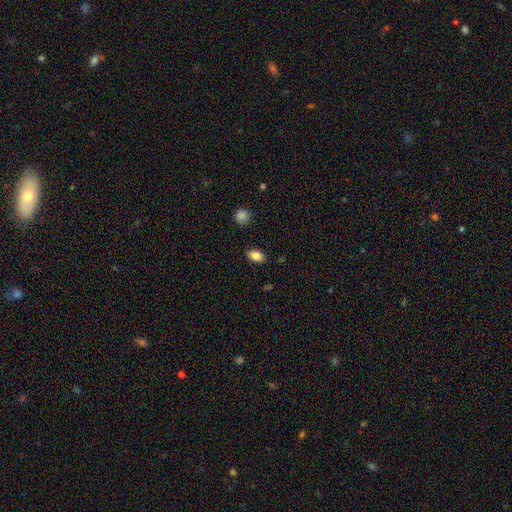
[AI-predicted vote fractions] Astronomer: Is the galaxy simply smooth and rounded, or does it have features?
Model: smooth — 84%.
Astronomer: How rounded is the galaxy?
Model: in between — 89%.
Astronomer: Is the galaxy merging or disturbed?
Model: none — 88%.